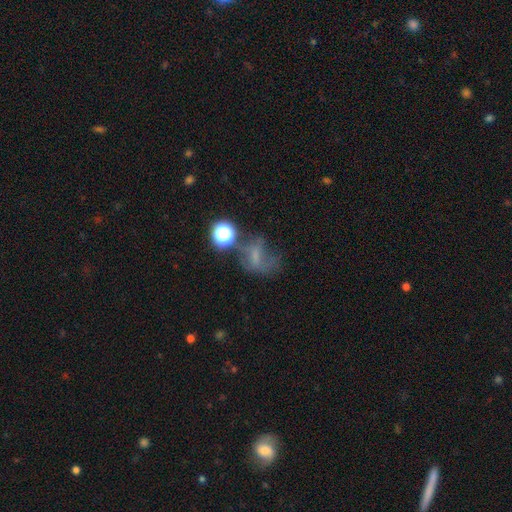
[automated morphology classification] Smooth or featured? smooth (41%)
Merging? major disturbance (34%)